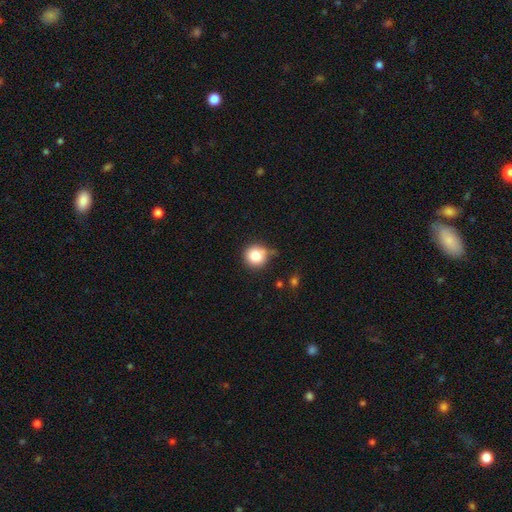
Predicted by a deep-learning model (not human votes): A smooth galaxy with no disk features (83%) that is round (93%). Merging: none (71%).